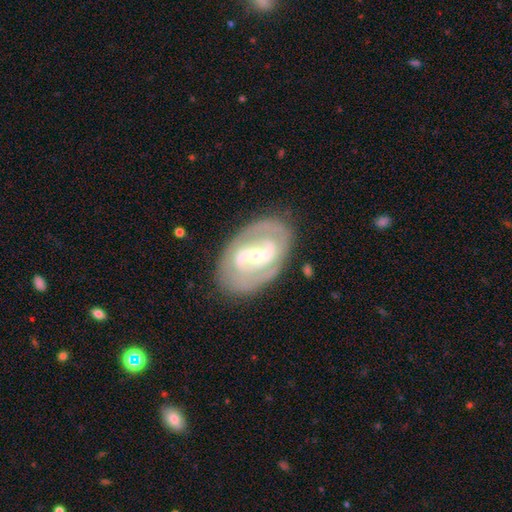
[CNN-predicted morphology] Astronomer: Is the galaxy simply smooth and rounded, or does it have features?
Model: featured or disk — 83%.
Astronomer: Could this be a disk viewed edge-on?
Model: no — 96%.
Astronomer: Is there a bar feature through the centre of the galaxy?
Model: strong — 52% (runner-up: weak, 35%).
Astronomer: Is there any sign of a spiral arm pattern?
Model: yes — 82%.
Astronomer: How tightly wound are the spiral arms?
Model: tight — 46% (runner-up: medium, 41%).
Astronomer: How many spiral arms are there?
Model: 2 — 78%.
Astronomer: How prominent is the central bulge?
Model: small — 53% (runner-up: moderate, 41%).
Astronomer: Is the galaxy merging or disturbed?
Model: none — 80%.